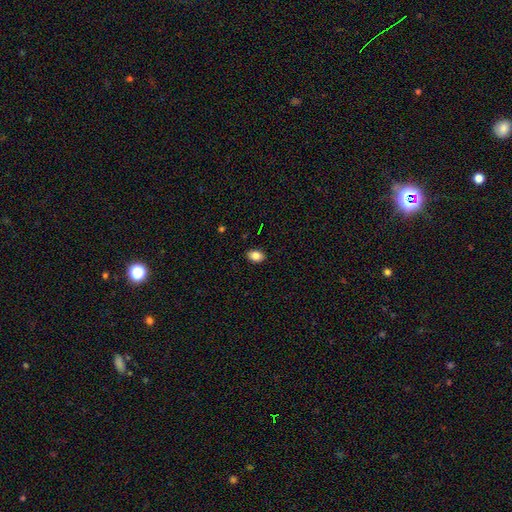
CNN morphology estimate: Smooth or featured? smooth (84%)
How rounded? in between (83%)
Merging? none (89%)